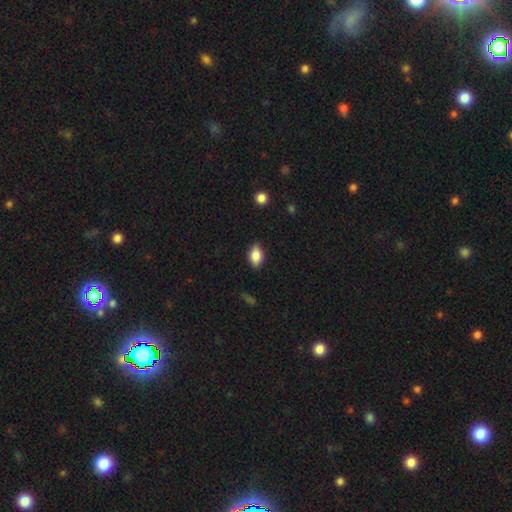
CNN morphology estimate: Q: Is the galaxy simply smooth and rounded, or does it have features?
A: smooth — 82%.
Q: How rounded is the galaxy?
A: in between — 85%.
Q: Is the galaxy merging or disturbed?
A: none — 82%.